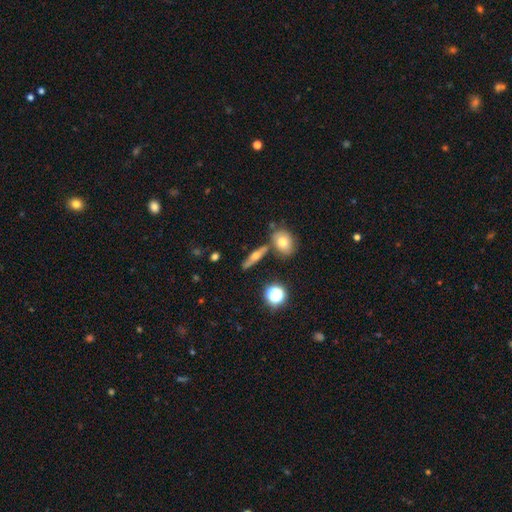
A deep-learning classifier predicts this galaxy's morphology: This appears to be a smooth galaxy with no disk features (45%). Merging: none (72%).